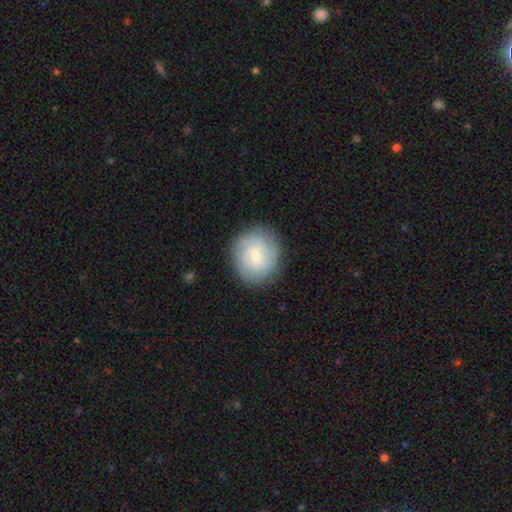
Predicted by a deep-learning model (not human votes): Smooth or featured: featured or disk — 58% (smooth — 35%)
Edge-on disk: no — 97% (yes — 3%)
Bar: no — 52% (weak — 42%)
Spiral arms: yes — 88% (no — 12%)
Bulge size: small — 67% (moderate — 28%)
Merging: none — 84% (minor disturbance — 11%)